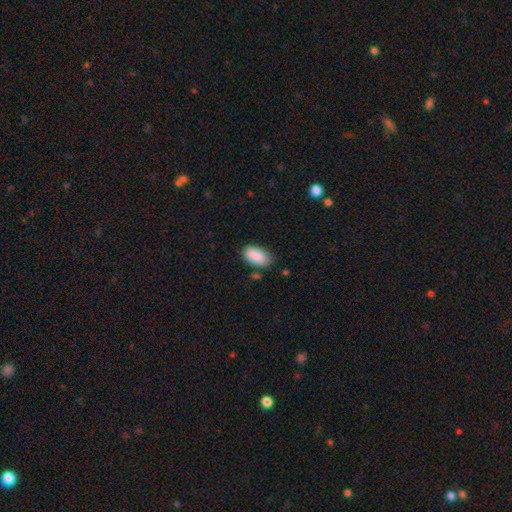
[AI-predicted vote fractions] A smooth galaxy with no disk features (89%) that is in between round and cigar-shaped (93%). Merging: none (72%).